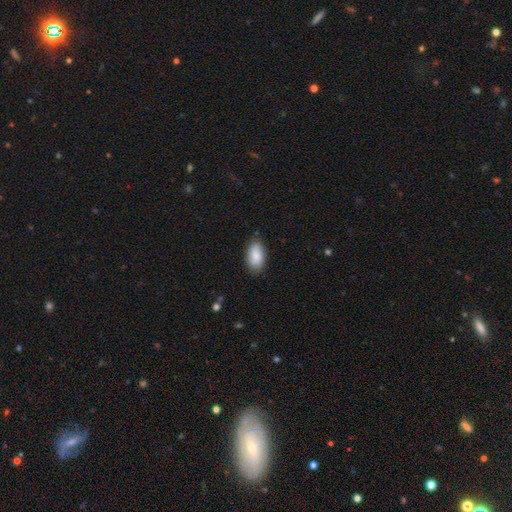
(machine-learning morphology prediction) smooth-or-featured: smooth: 87% | featured or disk: 6% | star or artifact: 6%
  how-rounded: in between: 94% | round: 3% | cigar-shaped: 3%
  merging: none: 84% | minor disturbance: 13% | major disturbance: 2% | merger: 1%